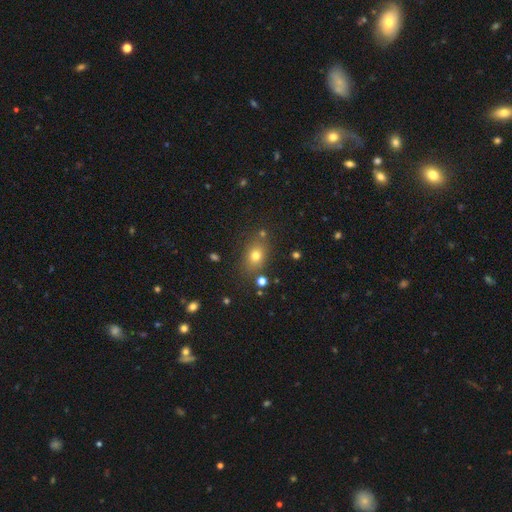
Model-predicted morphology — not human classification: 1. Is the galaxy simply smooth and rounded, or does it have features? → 73% smooth, 16% star or artifact, 11% featured or disk.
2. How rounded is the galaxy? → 61% in between, 37% round, 2% cigar-shaped.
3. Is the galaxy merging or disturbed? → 78% none, 12% minor disturbance, 6% merger, 4% major disturbance.